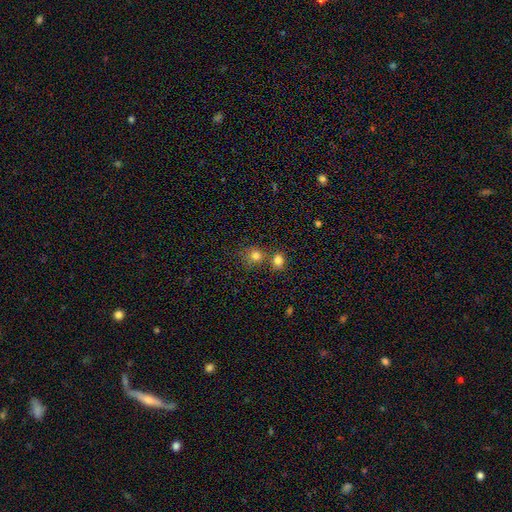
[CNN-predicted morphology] Smooth or featured? Predicted: smooth (p=0.78). How rounded? Predicted: round (p=0.84). Merging? Predicted: none (p=0.57).